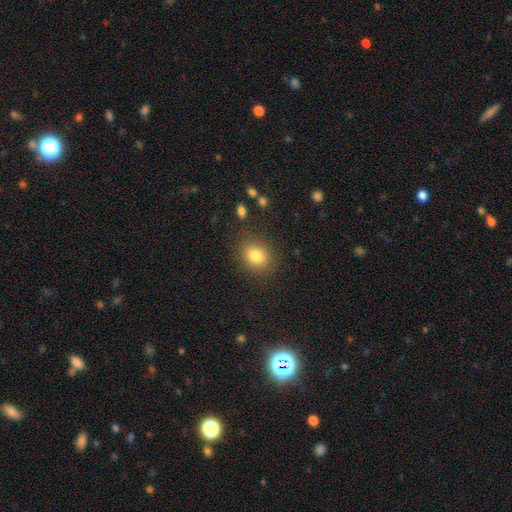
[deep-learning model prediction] Smooth or featured?
  - smooth: 82% *
  - star or artifact: 10%
  - featured or disk: 8%
How rounded?
  - round: 53% *
  - in between: 46%
  - cigar-shaped: 1%
Merging?
  - none: 83% *
  - minor disturbance: 11%
  - major disturbance: 4%
  - merger: 2%